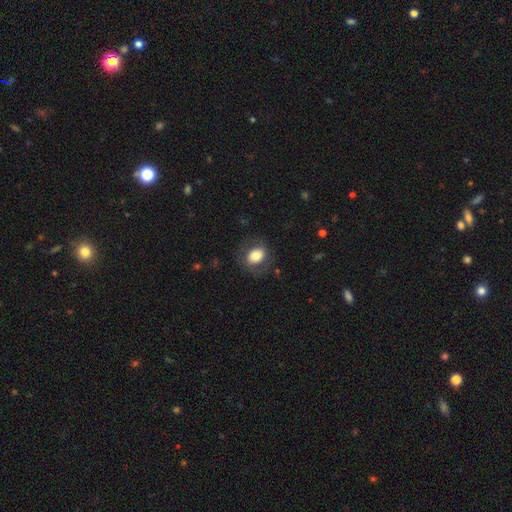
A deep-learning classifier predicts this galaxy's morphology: The model was most divided on "how rounded": in between: 52%, round: 47%, cigar-shaped: 1%. More confident: merging — none (73%); smooth or featured — smooth (71%).